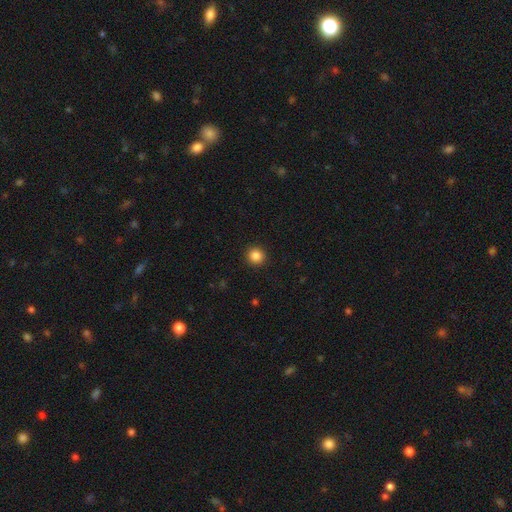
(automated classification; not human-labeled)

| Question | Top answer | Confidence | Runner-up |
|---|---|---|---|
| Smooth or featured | smooth | 86% | star or artifact (11%) |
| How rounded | round | 94% | in between (5%) |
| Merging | none | 92% | minor disturbance (5%) |